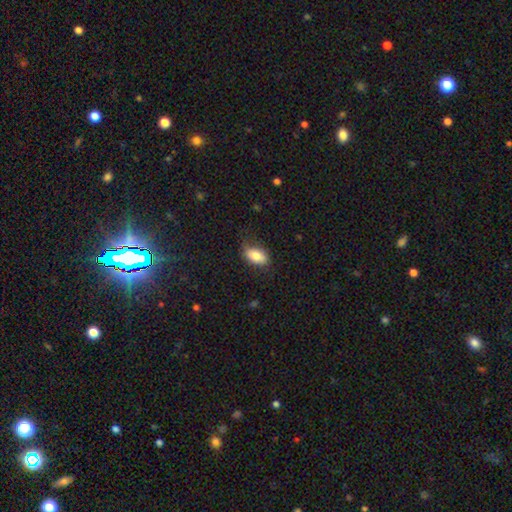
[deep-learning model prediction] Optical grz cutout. It shows a smooth galaxy with no disk features (79%) that is in between round and cigar-shaped (91%). Merging: none (73%).